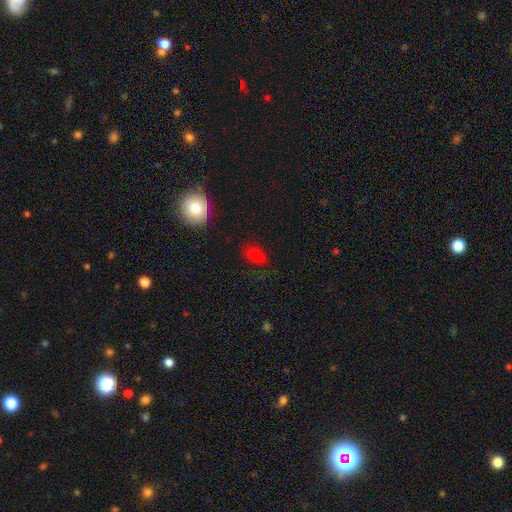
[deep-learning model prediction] smooth 76%, star or artifact 18%, featured or disk 6%. Down the decision tree: how rounded — in between (87%); merging — none (75%).